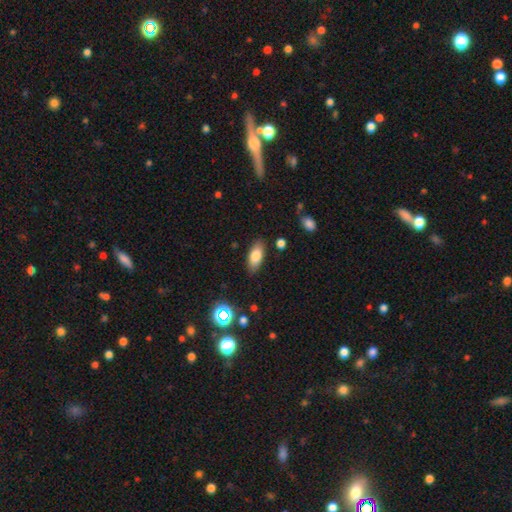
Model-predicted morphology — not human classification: type=smooth (79%); roundness=in between (84%); merging=none (85%).